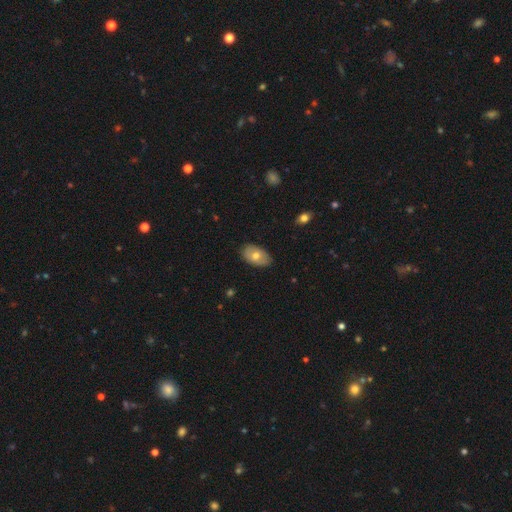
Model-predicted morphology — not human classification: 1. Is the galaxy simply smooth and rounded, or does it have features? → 67% smooth, 26% featured or disk, 7% star or artifact.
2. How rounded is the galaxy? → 92% in between, 7% round, 1% cigar-shaped.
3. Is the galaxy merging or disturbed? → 83% none, 14% minor disturbance, 2% major disturbance, 1% merger.